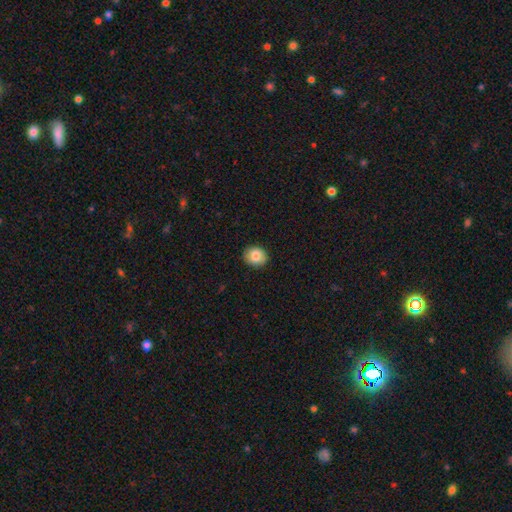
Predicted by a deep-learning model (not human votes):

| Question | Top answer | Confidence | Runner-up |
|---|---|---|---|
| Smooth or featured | smooth | 83% | featured or disk (9%) |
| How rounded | round | 72% | in between (27%) |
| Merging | none | 89% | minor disturbance (8%) |